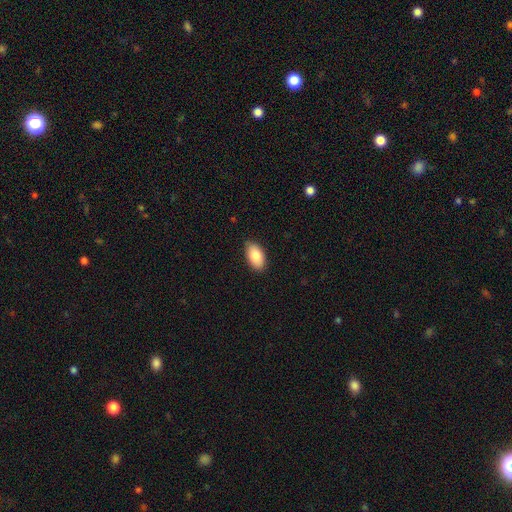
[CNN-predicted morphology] A smooth galaxy with no disk features (86%) that is in between round and cigar-shaped (94%).

Vote fractions:
- Smooth or featured? smooth: 86% / featured or disk: 8% / star or artifact: 6%
- How rounded? in between: 94% / round: 4% / cigar-shaped: 2%
- Merging? none: 86% / minor disturbance: 11% / major disturbance: 2% / merger: 1%